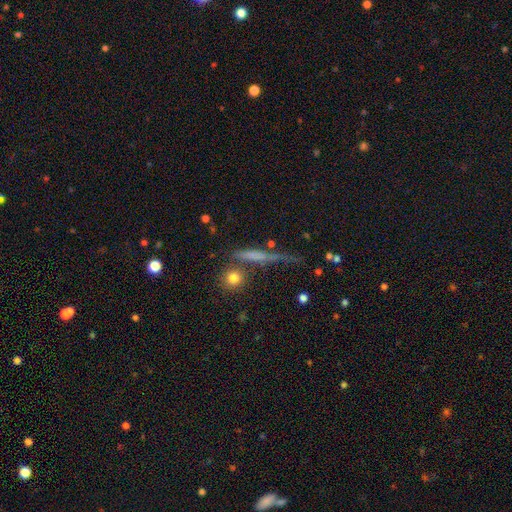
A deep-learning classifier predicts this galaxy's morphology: Q: Smooth or featured?
A: smooth (48%); runner-up: featured or disk (40%)
Q: Merging?
A: none (66%); runner-up: minor disturbance (18%)